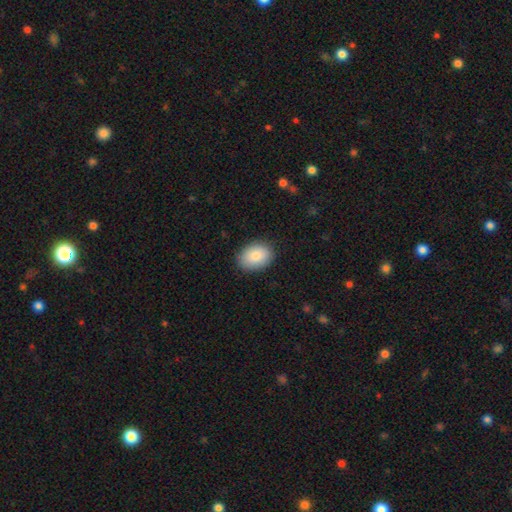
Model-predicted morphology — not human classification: type=smooth (85%); roundness=in between (75%); merging=none (87%).